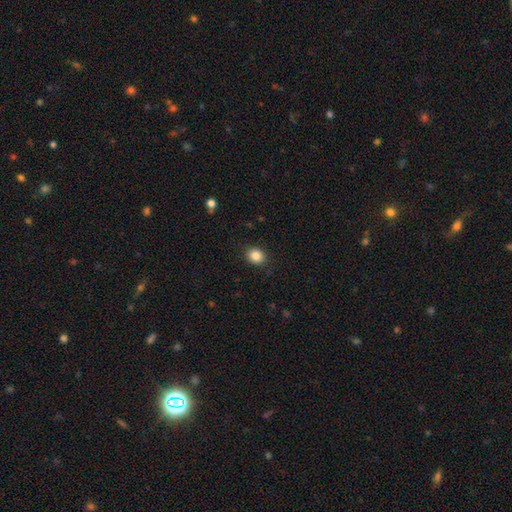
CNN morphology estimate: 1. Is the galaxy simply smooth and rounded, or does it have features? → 86% smooth, 10% star or artifact, 4% featured or disk.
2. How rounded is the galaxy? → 64% round, 35% in between, 1% cigar-shaped.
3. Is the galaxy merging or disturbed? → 88% none, 8% minor disturbance, 2% major disturbance, 1% merger.